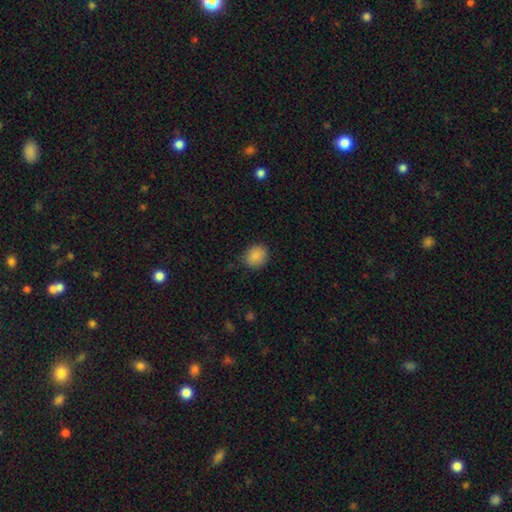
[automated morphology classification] smooth-or-featured: smooth: 88% | star or artifact: 9% | featured or disk: 4%
  how-rounded: round: 73% | in between: 26% | cigar-shaped: 1%
  merging: none: 80% | minor disturbance: 16% | major disturbance: 3% | merger: 1%